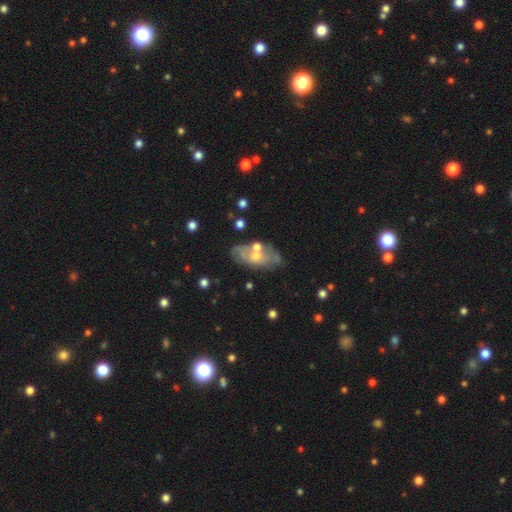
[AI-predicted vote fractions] This appears to be a featured or disk galaxy (58%) with no bar (78%), no spiral arms (56%) and a small central bulge (54%). Merging: none (61%).